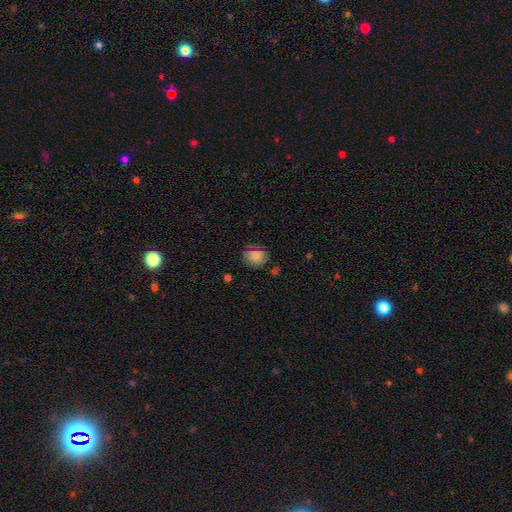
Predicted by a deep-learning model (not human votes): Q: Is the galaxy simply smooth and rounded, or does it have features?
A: smooth — 79%.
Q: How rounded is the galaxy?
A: round — 60%.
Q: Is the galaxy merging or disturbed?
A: none — 70%.